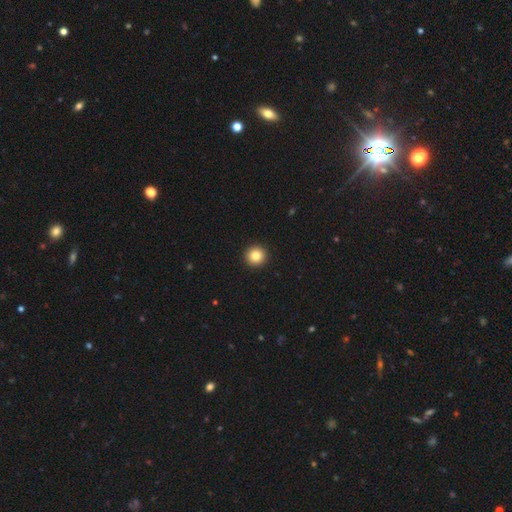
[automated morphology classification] smooth 84%, star or artifact 10%, featured or disk 6%. Down the decision tree: how rounded — round (96%); merging — none (94%).